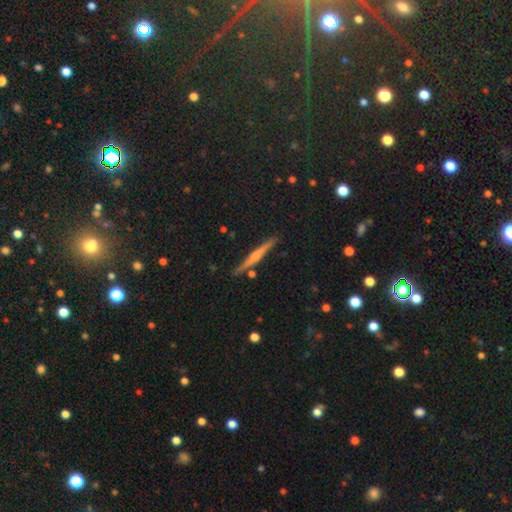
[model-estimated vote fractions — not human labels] Morphology: type=featured or disk (71%); edge-on=yes (98%); edge-on bulge=rounded (77%); merging=none (88%).